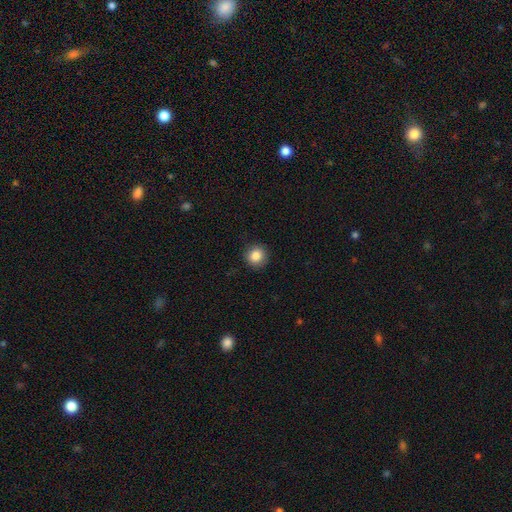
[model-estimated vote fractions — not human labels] Smooth or featured? smooth (86%)
How rounded? round (91%)
Merging? none (89%)